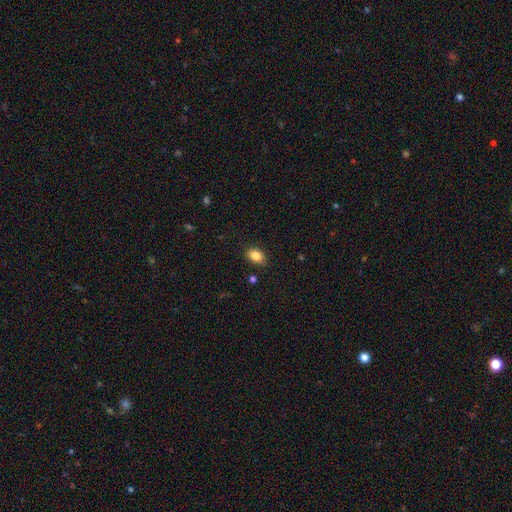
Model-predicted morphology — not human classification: The model was most divided on "how rounded": in between: 79%, round: 19%, cigar-shaped: 1%. More confident: merging — none (84%); smooth or featured — smooth (84%).